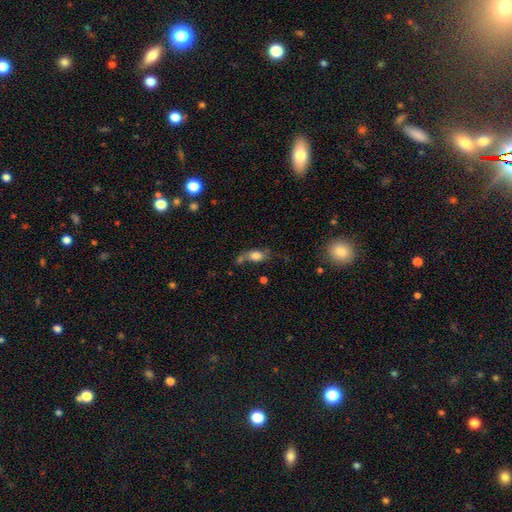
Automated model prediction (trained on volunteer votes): A smooth galaxy with no disk features (73%) that is in between round and cigar-shaped (75%).

Vote fractions:
- Smooth or featured? smooth: 73% / featured or disk: 17% / star or artifact: 10%
- How rounded? in between: 75% / round: 19% / cigar-shaped: 6%
- Merging? none: 41% / merger: 26% / minor disturbance: 20% / major disturbance: 13%